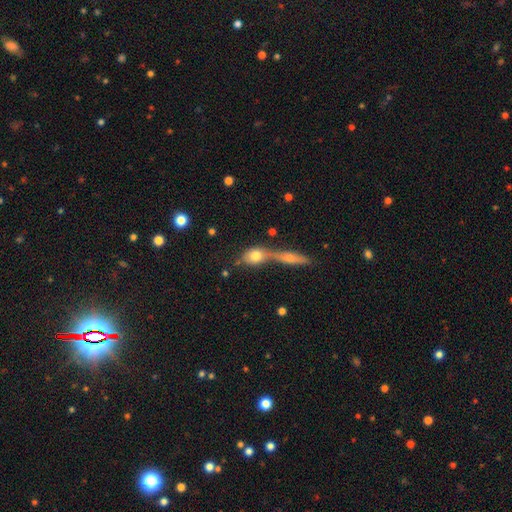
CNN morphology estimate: Overall: smooth (72%). How rounded: in between (47%; round 43%). Merging: merger (51%; none 32%).